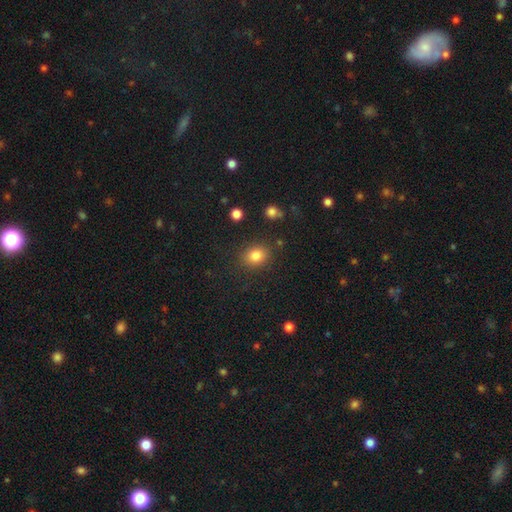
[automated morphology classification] Overall: smooth (82%). How rounded: round (59%; in between 40%). Merging: none (84%).